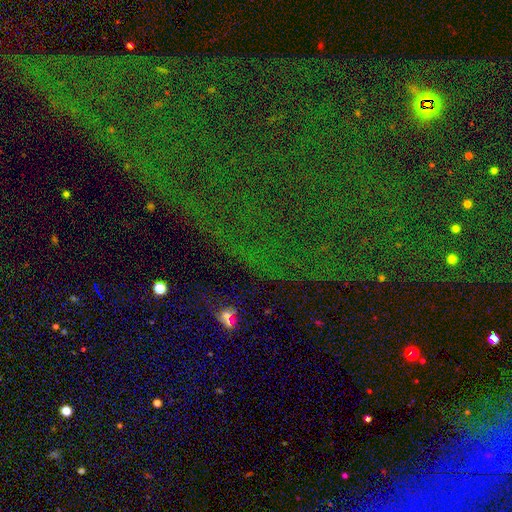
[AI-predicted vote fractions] smooth-or-featured: star or artifact: 81% | smooth: 9% | featured or disk: 9%